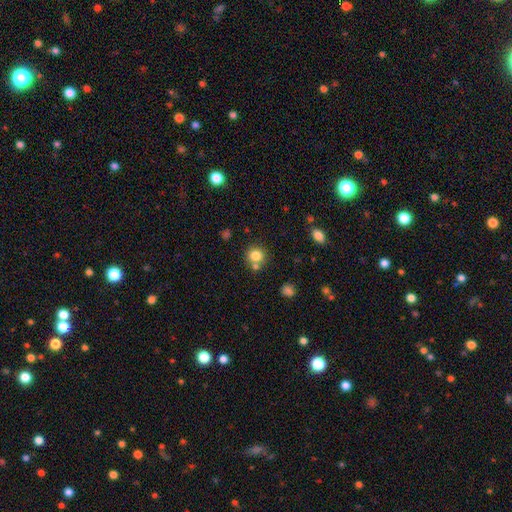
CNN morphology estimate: Overall: smooth (81%). How rounded: round (84%). Merging: none (64%).